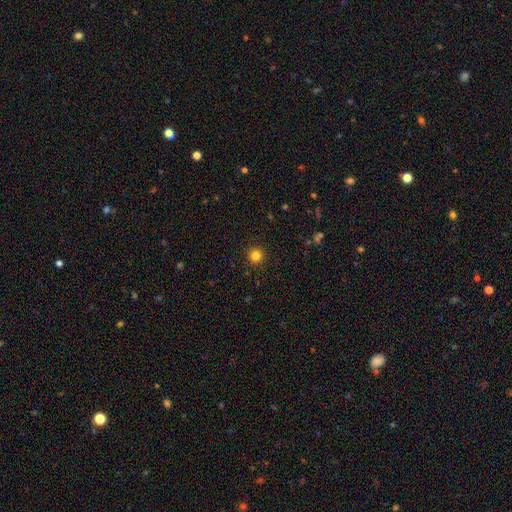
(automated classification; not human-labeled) A smooth galaxy with no disk features (82%) that is round (95%). Merging: none (93%).